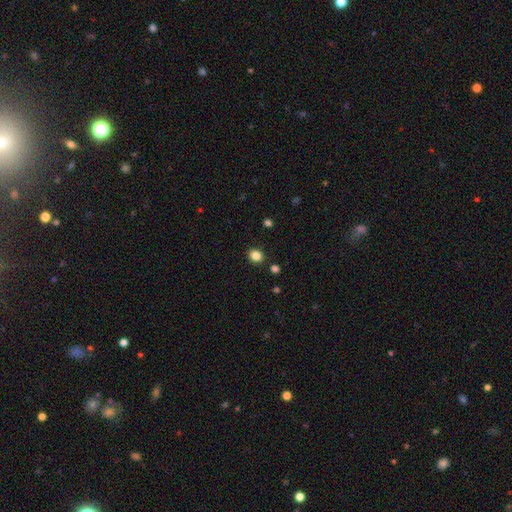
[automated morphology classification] A smooth galaxy with no disk features (84%) that is round (64%).

Vote fractions:
- Smooth or featured? smooth: 84% / star or artifact: 12% / featured or disk: 4%
- How rounded? round: 64% / in between: 36% / cigar-shaped: 1%
- Merging? none: 89% / minor disturbance: 7% / merger: 2% / major disturbance: 2%